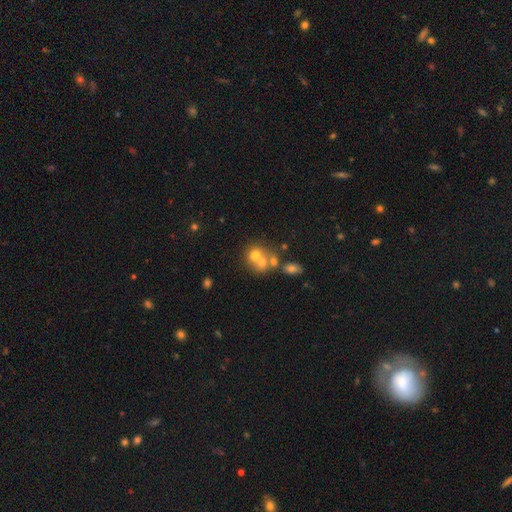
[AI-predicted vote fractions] Smooth or featured? smooth (60%)
How rounded? round (75%)
Merging? merger (56%)